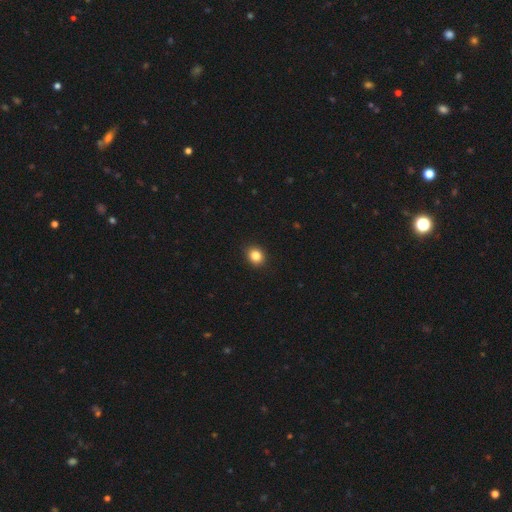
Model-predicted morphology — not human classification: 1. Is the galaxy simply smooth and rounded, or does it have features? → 85% smooth, 10% star or artifact, 5% featured or disk.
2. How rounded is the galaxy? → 64% round, 35% in between, 1% cigar-shaped.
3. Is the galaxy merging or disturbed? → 91% none, 7% minor disturbance, 2% major disturbance, 1% merger.